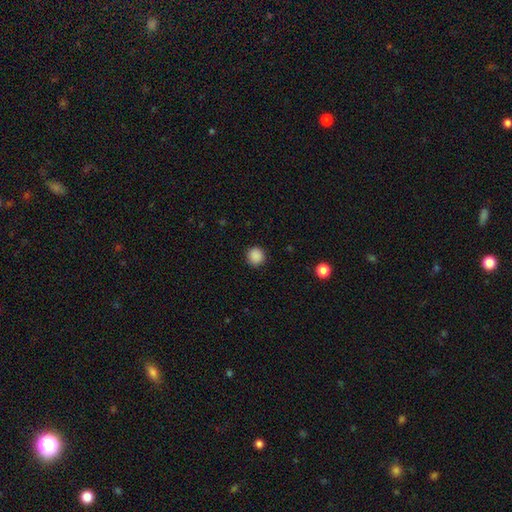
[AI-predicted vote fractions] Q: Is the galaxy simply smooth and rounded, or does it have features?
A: smooth — 88%.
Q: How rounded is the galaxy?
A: round — 94%.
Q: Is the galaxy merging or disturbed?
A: none — 91%.